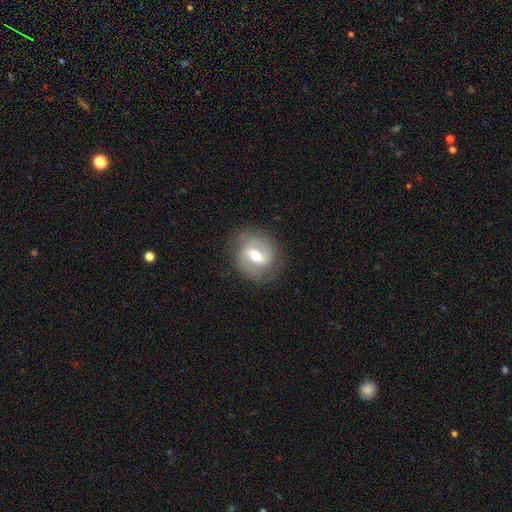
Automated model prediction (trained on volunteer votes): smooth_or_featured: featured or disk (p=0.70) [alt: smooth p=0.24]
disk_edge_on: no (p=0.95) [alt: yes p=0.05]
bar: weak (p=0.45) [alt: strong p=0.40]
has_spiral_arms: yes (p=0.75) [alt: no p=0.25]
spiral_winding: medium (p=0.47) [alt: tight p=0.28]
spiral_arm_count: 2 (p=0.82) [alt: can't tell p=0.10]
bulge_size: moderate (p=0.69) [alt: small p=0.23]
merging: none (p=0.79) [alt: minor disturbance p=0.14]